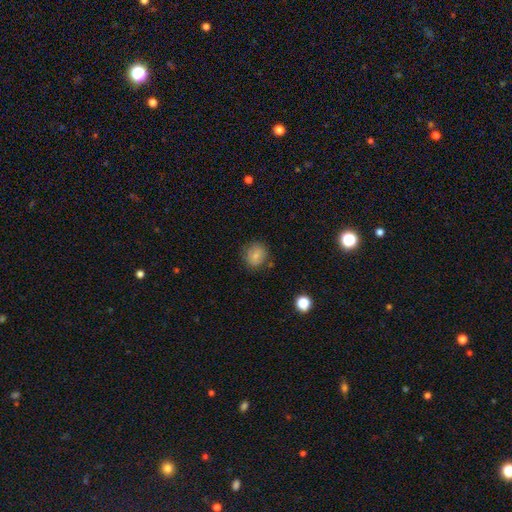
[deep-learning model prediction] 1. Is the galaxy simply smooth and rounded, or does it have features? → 78% smooth, 12% featured or disk, 10% star or artifact.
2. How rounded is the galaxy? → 77% round, 22% in between, 1% cigar-shaped.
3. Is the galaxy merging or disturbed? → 80% none, 14% minor disturbance, 4% major disturbance, 3% merger.